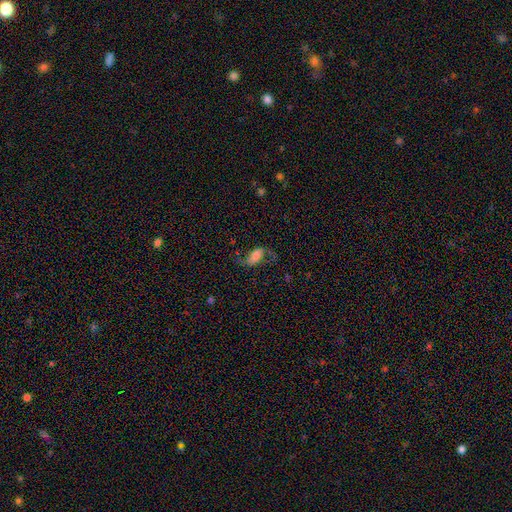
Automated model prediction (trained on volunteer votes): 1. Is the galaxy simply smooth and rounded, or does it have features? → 63% featured or disk, 27% smooth, 10% star or artifact.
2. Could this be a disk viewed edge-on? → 95% no, 5% yes.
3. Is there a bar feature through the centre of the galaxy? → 39% no, 36% weak, 24% strong.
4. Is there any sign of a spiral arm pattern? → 92% yes, 8% no.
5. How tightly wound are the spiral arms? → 81% loose, 15% medium, 4% tight.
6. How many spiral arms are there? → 91% 2, 4% 1, 2% can't tell, 1% 3, 1% 4, 1% more than 4.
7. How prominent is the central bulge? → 32% small, 29% moderate, 17% large, 16% none, 6% dominant.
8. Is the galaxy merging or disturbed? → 66% none, 17% minor disturbance, 14% major disturbance, 2% merger.